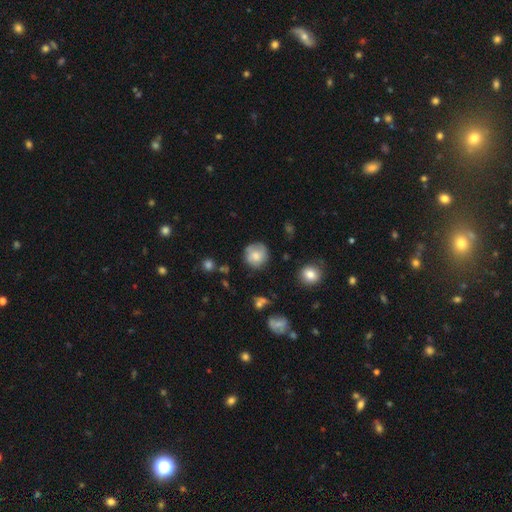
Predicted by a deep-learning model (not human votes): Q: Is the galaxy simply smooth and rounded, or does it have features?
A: smooth — 73%.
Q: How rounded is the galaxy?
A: round — 90%.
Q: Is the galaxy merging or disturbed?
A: none — 76%.